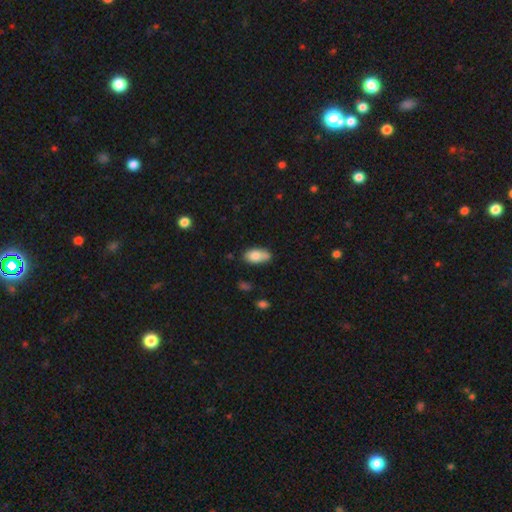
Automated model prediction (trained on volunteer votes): smooth_or_featured: smooth (p=0.79) [alt: featured or disk p=0.13]
how_rounded: in between (p=0.91) [alt: round p=0.06]
merging: none (p=0.54) [alt: minor disturbance p=0.24]